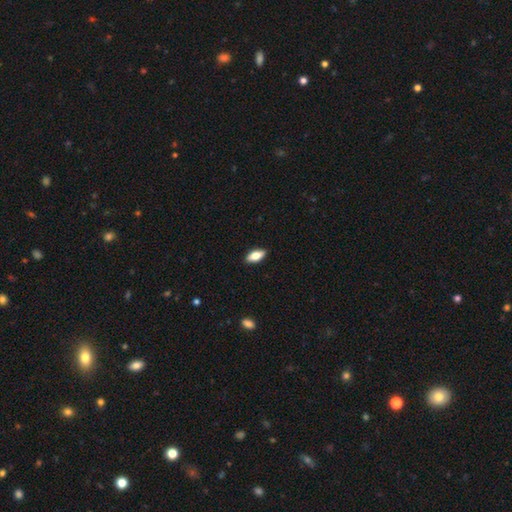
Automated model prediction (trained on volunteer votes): smooth_or_featured: smooth (p=0.76) [alt: featured or disk p=0.17]
how_rounded: in between (p=0.84) [alt: cigar-shaped p=0.13]
merging: none (p=0.90) [alt: minor disturbance p=0.08]